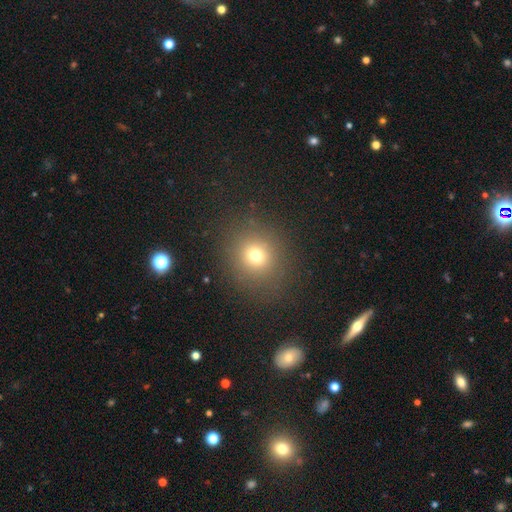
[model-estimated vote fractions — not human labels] A smooth galaxy with no disk features (70%) that is round (86%).

Vote fractions:
- Smooth or featured? smooth: 70% / star or artifact: 19% / featured or disk: 10%
- How rounded? round: 86% / in between: 13% / cigar-shaped: 1%
- Merging? none: 86% / minor disturbance: 8% / major disturbance: 5% / merger: 1%